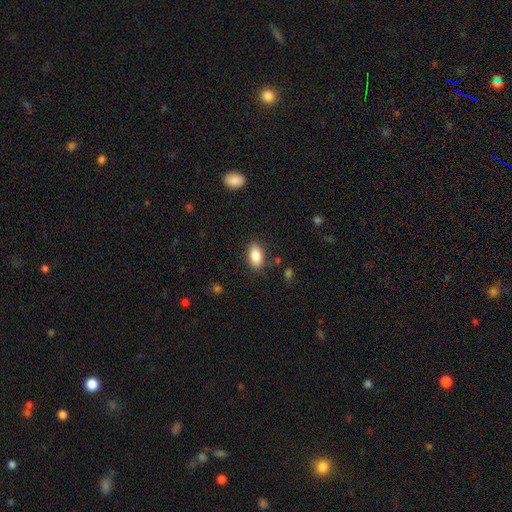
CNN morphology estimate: Smooth or featured?
  - smooth: 85% *
  - star or artifact: 7%
  - featured or disk: 7%
How rounded?
  - in between: 90% *
  - round: 5%
  - cigar-shaped: 5%
Merging?
  - none: 85% *
  - minor disturbance: 11%
  - major disturbance: 3%
  - merger: 2%